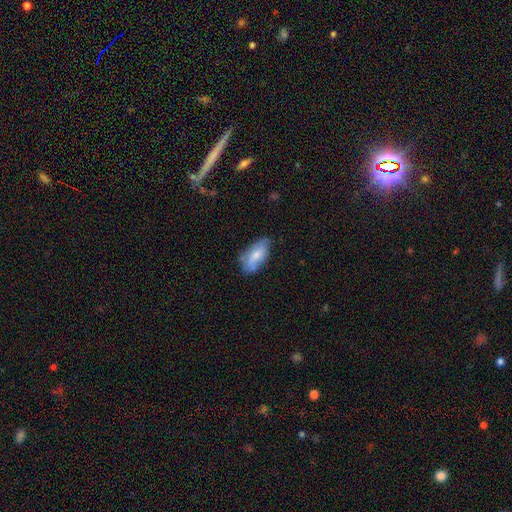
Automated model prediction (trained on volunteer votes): Smooth or featured: smooth — 67% (featured or disk — 26%)
How rounded: in between — 85% (cigar-shaped — 12%)
Merging: none — 56% (minor disturbance — 30%)